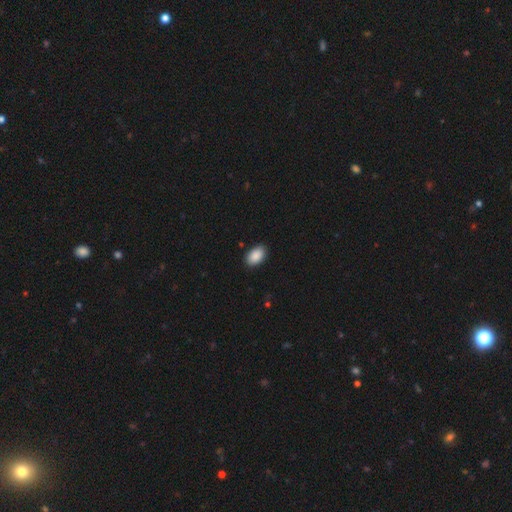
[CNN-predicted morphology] A smooth galaxy with no disk features (90%) that is in between round and cigar-shaped (92%).

Vote fractions:
- Smooth or featured? smooth: 90% / star or artifact: 7% / featured or disk: 3%
- How rounded? in between: 92% / round: 7% / cigar-shaped: 1%
- Merging? none: 88% / minor disturbance: 9% / major disturbance: 2% / merger: 1%